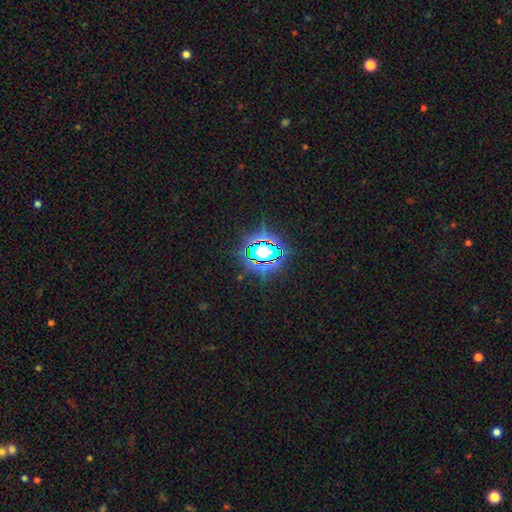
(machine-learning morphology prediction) The model was most divided on "smooth or featured": star or artifact: 78%, smooth: 13%, featured or disk: 9%.